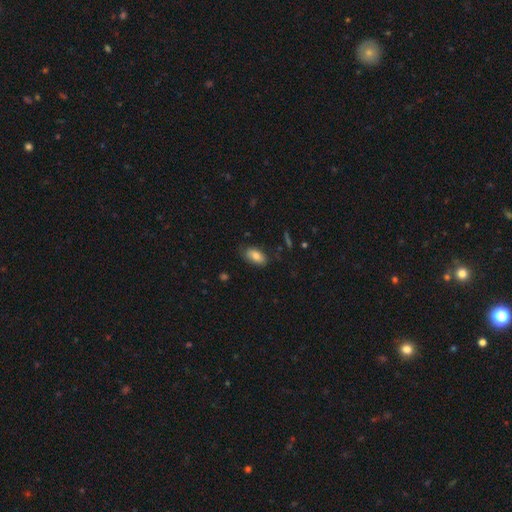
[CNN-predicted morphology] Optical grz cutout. It shows a smooth galaxy with no disk features (78%) that is in between round and cigar-shaped (92%). Merging: none (74%).